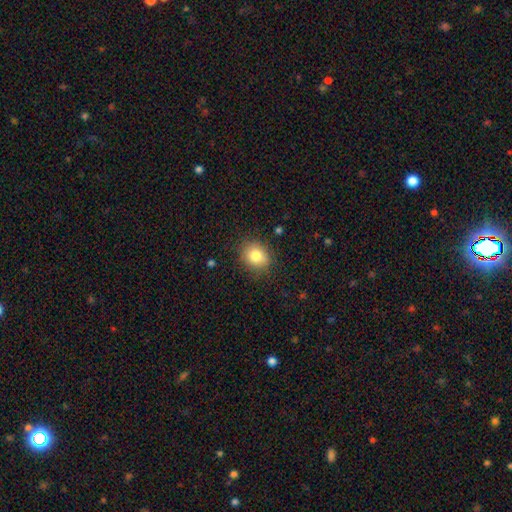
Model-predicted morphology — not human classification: A smooth galaxy with no disk features (82%) that is round (70%).

Vote fractions:
- Smooth or featured? smooth: 82% / star or artifact: 10% / featured or disk: 8%
- How rounded? round: 70% / in between: 29% / cigar-shaped: 1%
- Merging? none: 85% / minor disturbance: 11% / major disturbance: 3% / merger: 1%